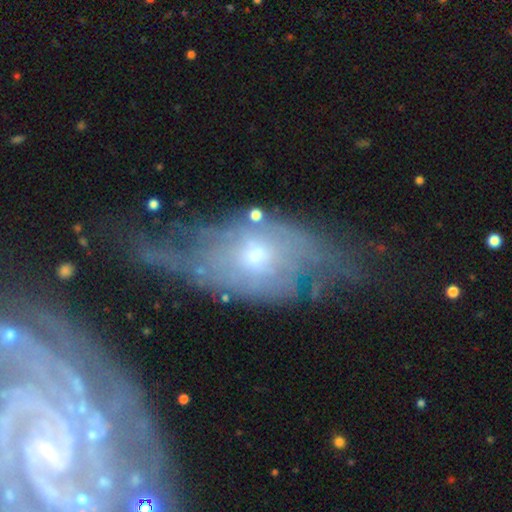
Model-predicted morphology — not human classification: Smooth or featured? featured or disk (71%)
Edge-on disk? no (84%)
Bar? no (74%)
Spiral arms? yes (58%)
Bulge size? moderate (50%)
Merging? none (38%)